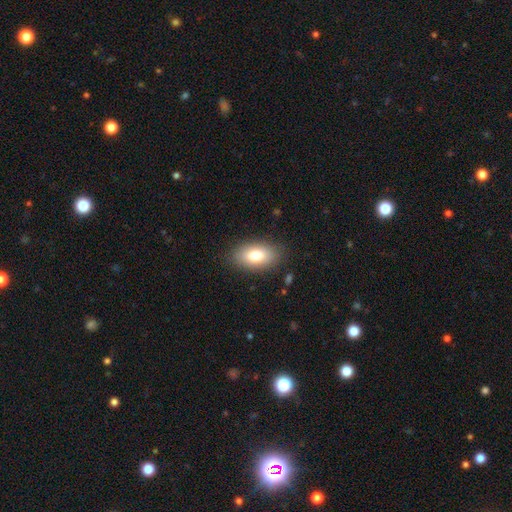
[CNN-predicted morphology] This appears to be a smooth galaxy with no disk features (79%) that is in between round and cigar-shaped (92%). Merging: none (86%).